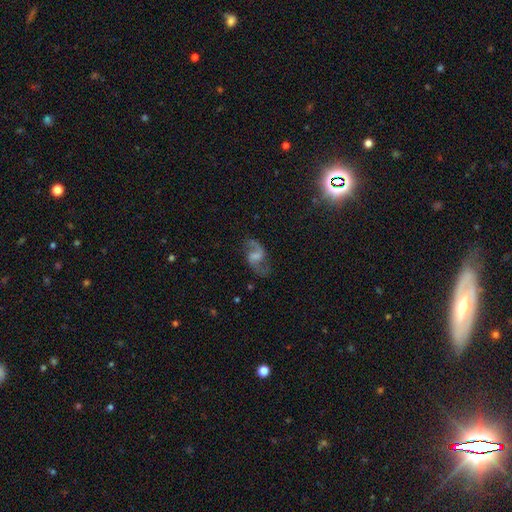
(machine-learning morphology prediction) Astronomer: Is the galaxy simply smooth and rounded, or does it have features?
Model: featured or disk — 82%.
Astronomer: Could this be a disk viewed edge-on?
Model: no — 97%.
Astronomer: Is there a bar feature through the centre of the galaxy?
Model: weak — 55%.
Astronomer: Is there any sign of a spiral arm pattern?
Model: yes — 95%.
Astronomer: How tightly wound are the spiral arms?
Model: loose — 64%.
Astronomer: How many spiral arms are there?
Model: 2 — 92%.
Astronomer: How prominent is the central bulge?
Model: none — 43% (runner-up: small, 24%).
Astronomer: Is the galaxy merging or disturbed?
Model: none — 74%.